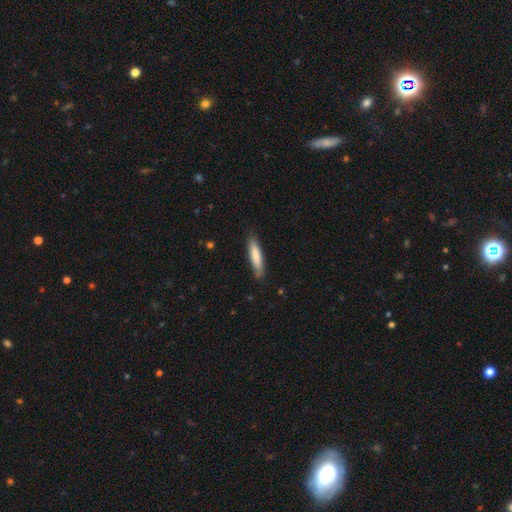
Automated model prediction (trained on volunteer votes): smooth_or_featured: smooth (p=0.80) [alt: featured or disk p=0.14]
how_rounded: cigar-shaped (p=0.82) [alt: in between p=0.17]
merging: none (p=0.83) [alt: minor disturbance p=0.14]